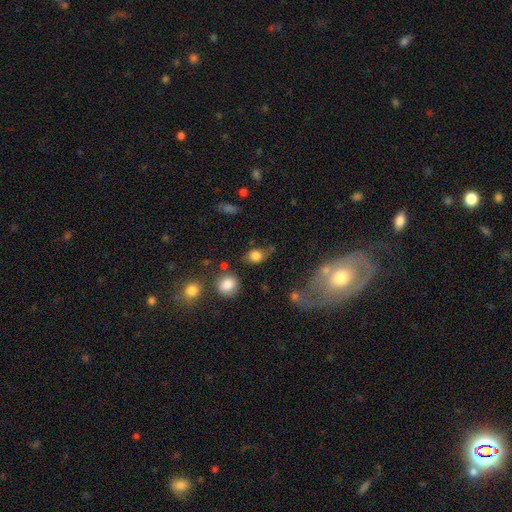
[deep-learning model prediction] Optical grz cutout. It shows a smooth galaxy with no disk features (79%) that is round (49%, tied with in between). Merging: none (52%).